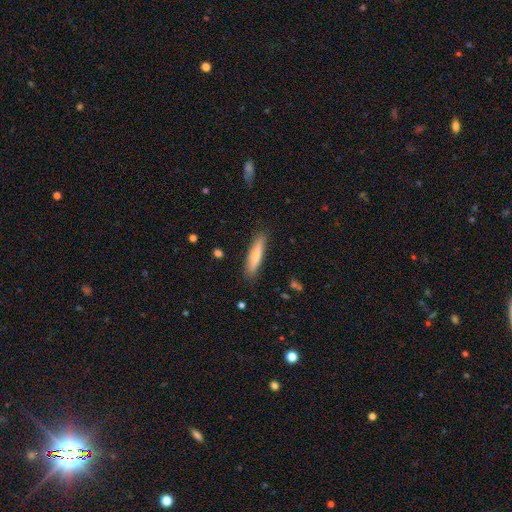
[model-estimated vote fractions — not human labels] This appears to be a smooth galaxy with no disk features (70%) that is cigar-shaped (82%). Merging: none (87%).